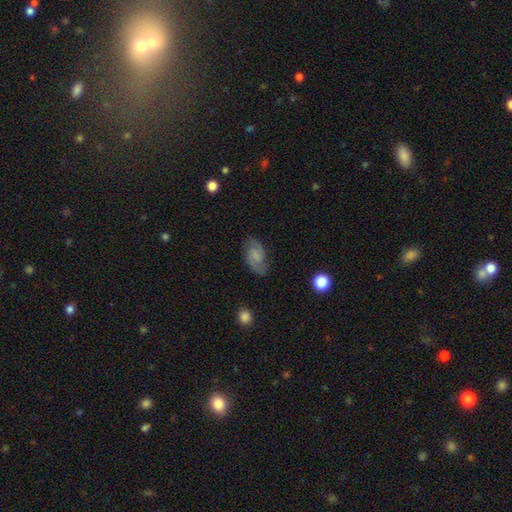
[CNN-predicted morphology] Overall: featured or disk (54%; smooth 37%). Edge-on disk: no (96%). Bar: weak (47%; no 41%). Spiral arms: yes (90%). Bulge size: none (50%; small 29%). Merging: none (75%).